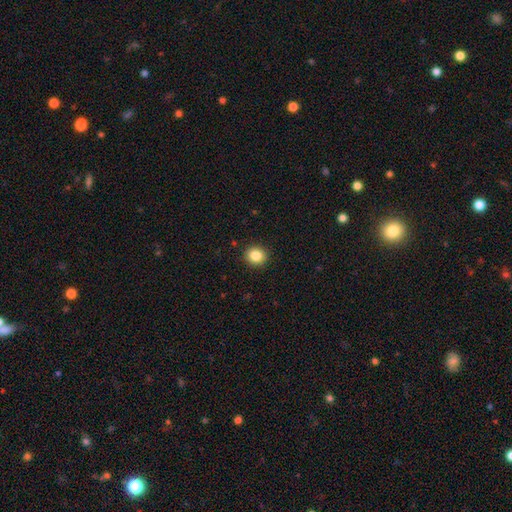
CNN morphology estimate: Smooth or featured? smooth (85%)
How rounded? round (84%)
Merging? none (92%)